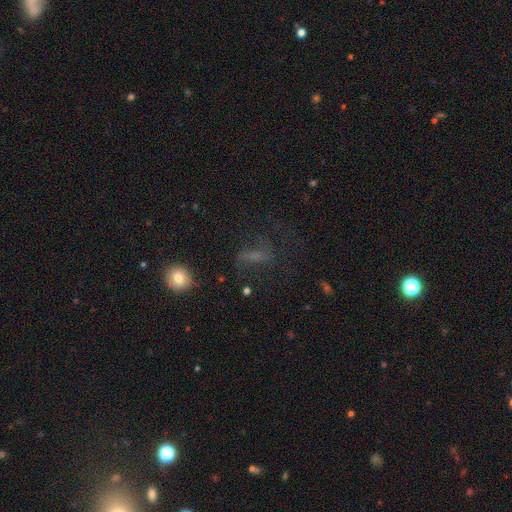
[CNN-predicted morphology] Smooth or featured? smooth (41%)
Merging? none (50%)